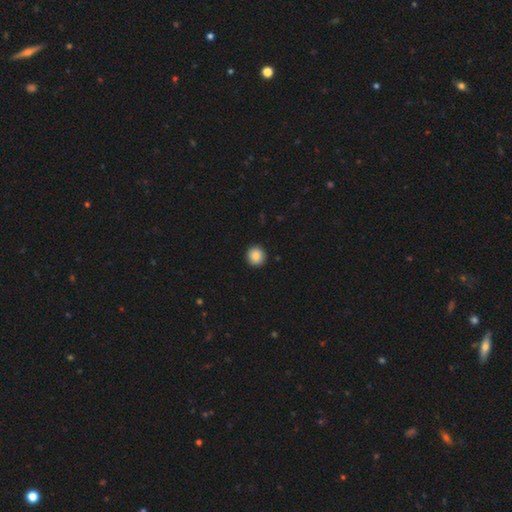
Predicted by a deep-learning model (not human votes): A smooth galaxy with no disk features (87%) that is round (94%).

Vote fractions:
- Smooth or featured? smooth: 87% / star or artifact: 8% / featured or disk: 5%
- How rounded? round: 94% / in between: 5% / cigar-shaped: 1%
- Merging? none: 92% / minor disturbance: 5% / major disturbance: 1% / merger: 1%